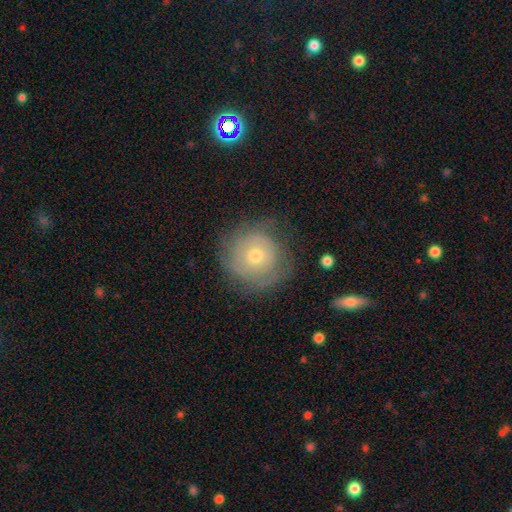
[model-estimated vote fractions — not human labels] smooth 48%, featured or disk 43%, star or artifact 9%. Down the decision tree: merging — none (70%).